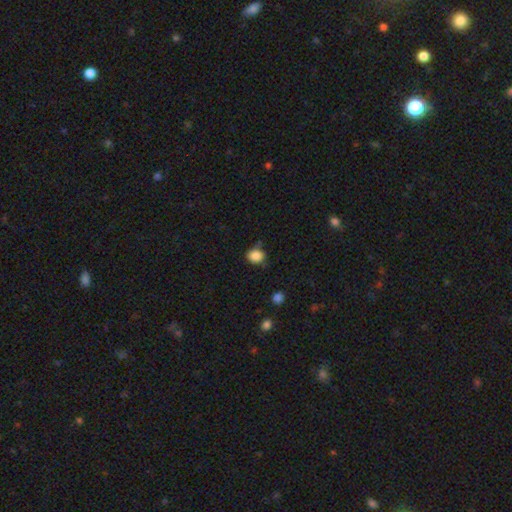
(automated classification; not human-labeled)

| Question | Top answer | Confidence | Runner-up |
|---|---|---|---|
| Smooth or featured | smooth | 85% | star or artifact (10%) |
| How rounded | round | 60% | in between (39%) |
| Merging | none | 67% | minor disturbance (22%) |